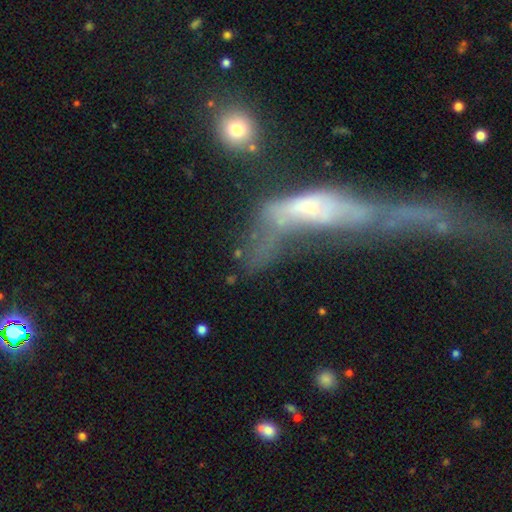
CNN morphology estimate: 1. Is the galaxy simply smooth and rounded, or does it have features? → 47% featured or disk, 36% smooth, 17% star or artifact.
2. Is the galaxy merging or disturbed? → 34% major disturbance, 32% merger, 20% none, 13% minor disturbance.